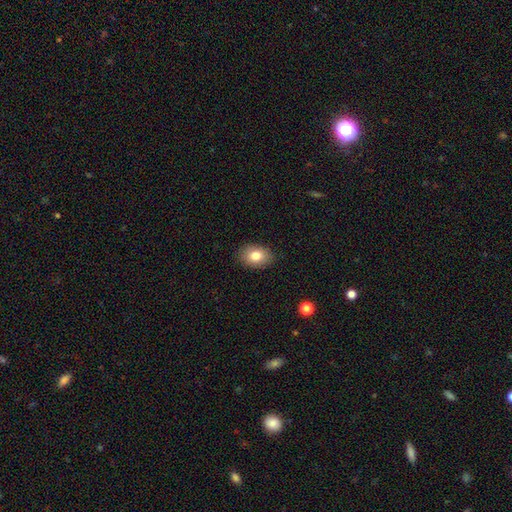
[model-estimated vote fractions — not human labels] Morphology: type=smooth (81%); roundness=in between (76%); merging=none (87%).